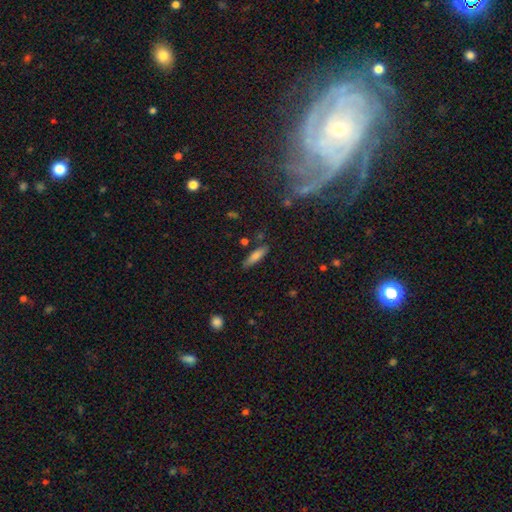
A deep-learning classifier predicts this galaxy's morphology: Smooth or featured? smooth (74%)
How rounded? cigar-shaped (67%)
Merging? none (82%)